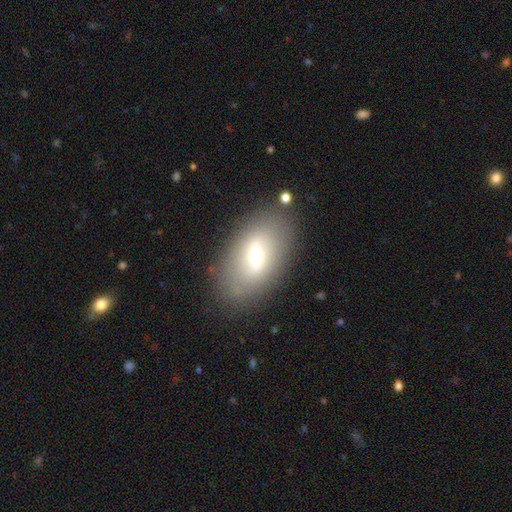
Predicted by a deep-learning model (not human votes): Smooth or featured? Predicted: smooth (p=0.49). Merging? Predicted: none (p=0.83).